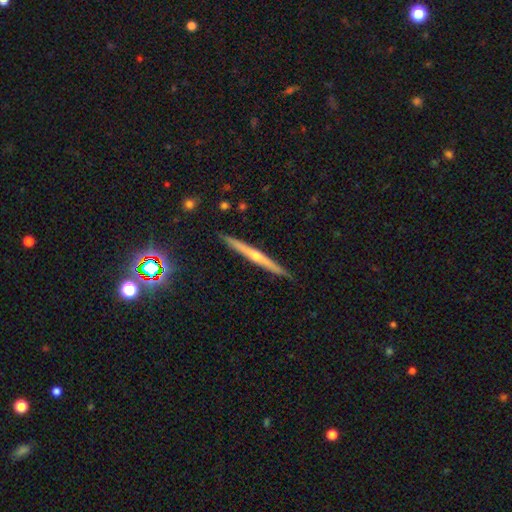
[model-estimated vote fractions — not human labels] featured or disk 68%, smooth 25%, star or artifact 8%. Down the decision tree: edge-on disk — yes (98%); edge-on bulge — rounded (65%); merging — none (91%).